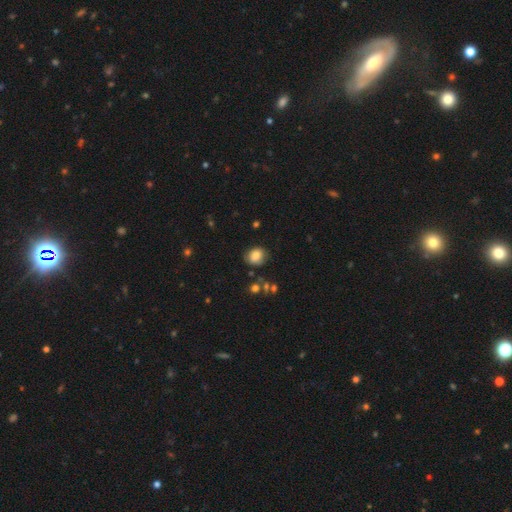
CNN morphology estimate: type=smooth (81%); roundness=round (61%); merging=none (71%).